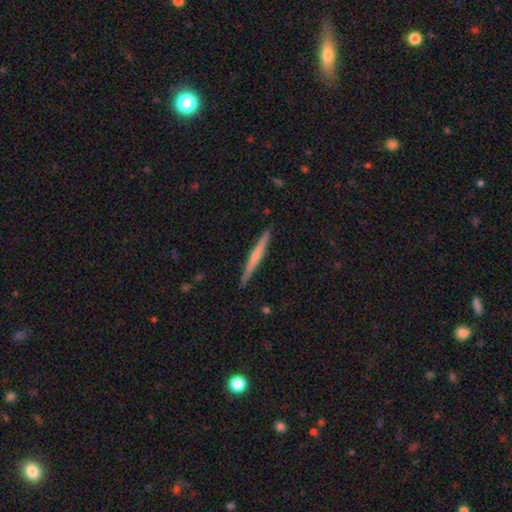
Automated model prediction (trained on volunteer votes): Smooth or featured? Predicted: featured or disk (p=0.58). Edge-on disk? Predicted: yes (p=0.98). Edge-on bulge? Predicted: rounded (p=0.49). Merging? Predicted: none (p=0.91).